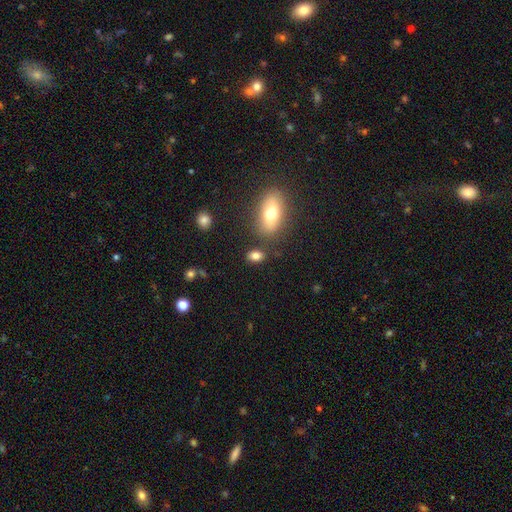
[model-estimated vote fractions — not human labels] Smooth or featured: smooth — 83% (star or artifact — 10%)
How rounded: in between — 81% (round — 15%)
Merging: none — 76% (minor disturbance — 12%)